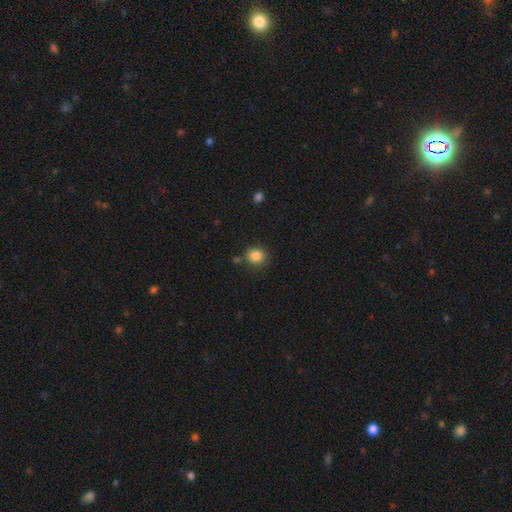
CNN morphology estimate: This is clearly a smooth galaxy (86%). How rounded: clearly round (83%). Merging: likely none (79%).